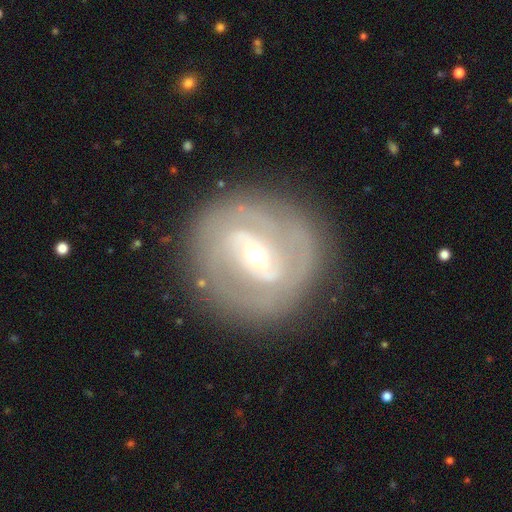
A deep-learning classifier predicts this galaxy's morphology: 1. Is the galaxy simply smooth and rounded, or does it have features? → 78% featured or disk, 15% smooth, 6% star or artifact.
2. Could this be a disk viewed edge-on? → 95% no, 5% yes.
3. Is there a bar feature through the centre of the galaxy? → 46% strong, 38% weak, 16% no.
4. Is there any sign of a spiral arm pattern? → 71% yes, 29% no.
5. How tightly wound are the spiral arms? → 52% tight, 34% medium, 14% loose.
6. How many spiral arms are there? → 60% 2, 24% can't tell, 7% 3, 3% 1, 3% 4, 2% more than 4.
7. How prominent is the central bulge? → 58% small, 38% moderate, 2% large, 1% dominant, 1% none.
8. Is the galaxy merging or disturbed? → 83% none, 11% minor disturbance, 5% major disturbance, 1% merger.